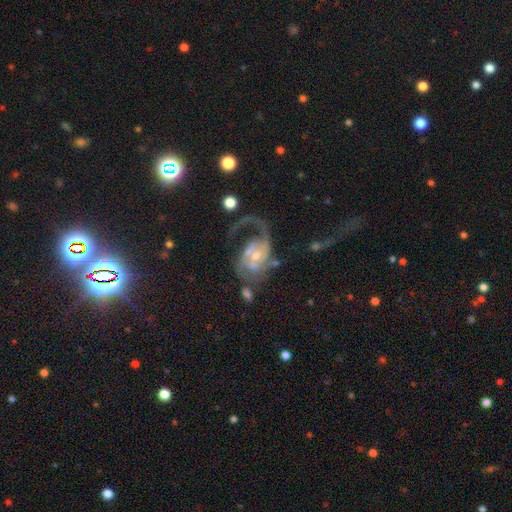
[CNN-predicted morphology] Smooth or featured? featured or disk (82%)
Edge-on disk? no (97%)
Bar? no (60%)
Spiral arms? yes (90%)
Spiral winding? loose (47%)
Spiral arm count? 1 (45%)
Bulge size? small (47%)
Merging? major disturbance (43%)